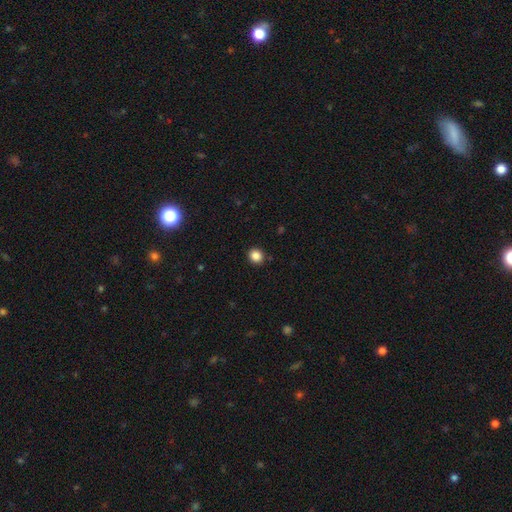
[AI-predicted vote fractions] A smooth galaxy with no disk features (86%) that is round (86%). Merging: none (90%).